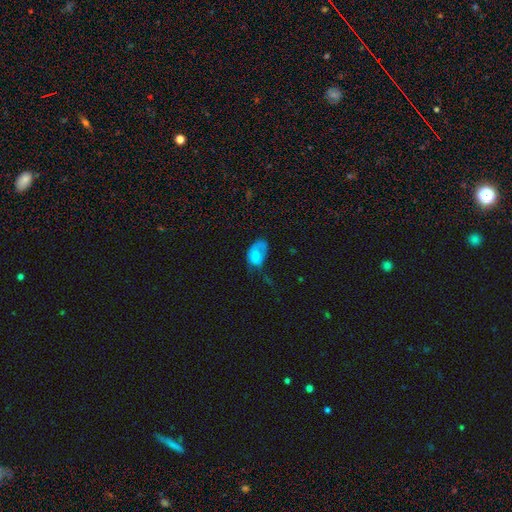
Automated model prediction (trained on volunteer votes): Smooth or featured?
  - smooth: 68% *
  - featured or disk: 23%
  - star or artifact: 9%
How rounded?
  - in between: 87% *
  - round: 12%
  - cigar-shaped: 1%
Merging?
  - major disturbance: 44% *
  - minor disturbance: 27%
  - none: 23%
  - merger: 6%